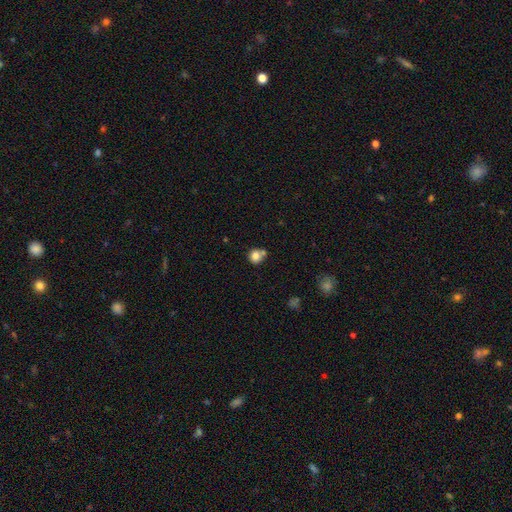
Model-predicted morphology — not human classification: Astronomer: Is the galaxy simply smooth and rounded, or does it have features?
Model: smooth — 81%.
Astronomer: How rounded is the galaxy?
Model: round — 86%.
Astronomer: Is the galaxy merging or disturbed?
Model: none — 55%.